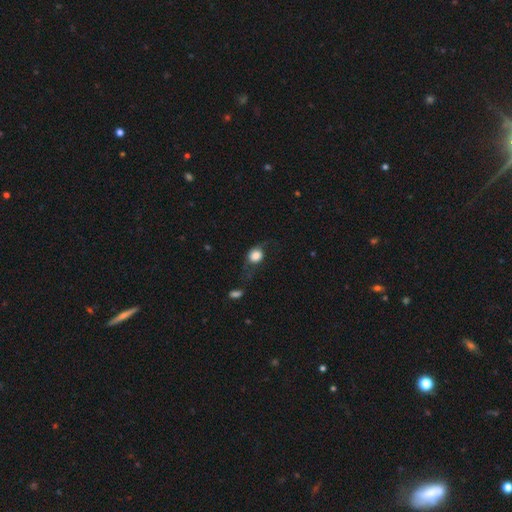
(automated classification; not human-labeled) Smooth or featured: smooth — 71% (featured or disk — 20%)
How rounded: round — 65% (in between — 33%)
Merging: major disturbance — 36% (none — 34%)